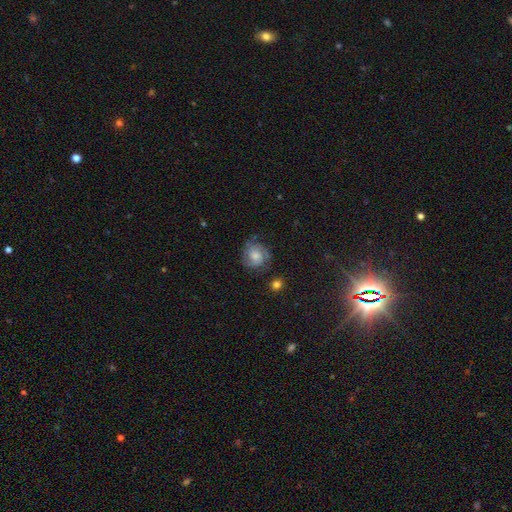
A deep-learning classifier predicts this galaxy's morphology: smooth_or_featured: featured or disk (p=0.63) [alt: smooth p=0.28]
disk_edge_on: no (p=0.98) [alt: yes p=0.02]
bar: no (p=0.69) [alt: weak p=0.27]
has_spiral_arms: yes (p=0.91) [alt: no p=0.09]
spiral_winding: tight (p=0.52) [alt: medium p=0.38]
spiral_arm_count: 2 (p=0.39) [alt: 3 p=0.25]
bulge_size: moderate (p=0.46) [alt: small p=0.36]
merging: none (p=0.72) [alt: minor disturbance p=0.19]